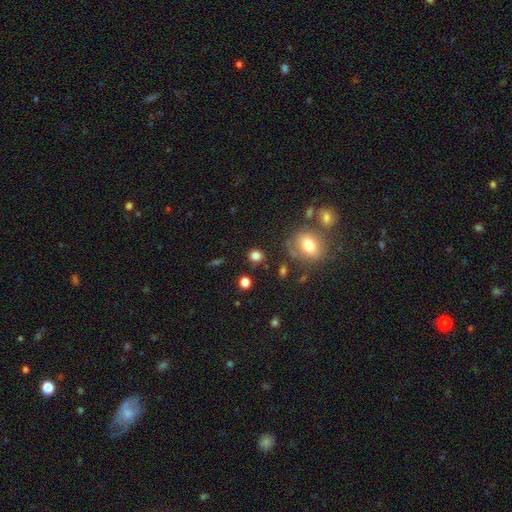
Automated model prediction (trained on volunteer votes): A smooth galaxy with no disk features (81%) that is round (83%). Merging: none (83%).